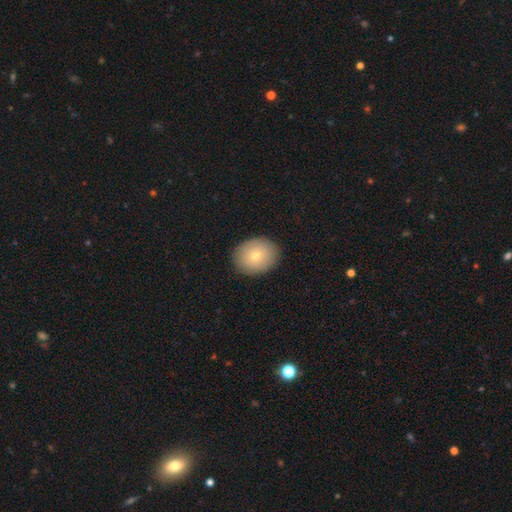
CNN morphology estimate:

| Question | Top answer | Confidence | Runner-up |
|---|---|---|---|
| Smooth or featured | smooth | 76% | featured or disk (16%) |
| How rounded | round | 50% | in between (49%) |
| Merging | none | 88% | minor disturbance (9%) |